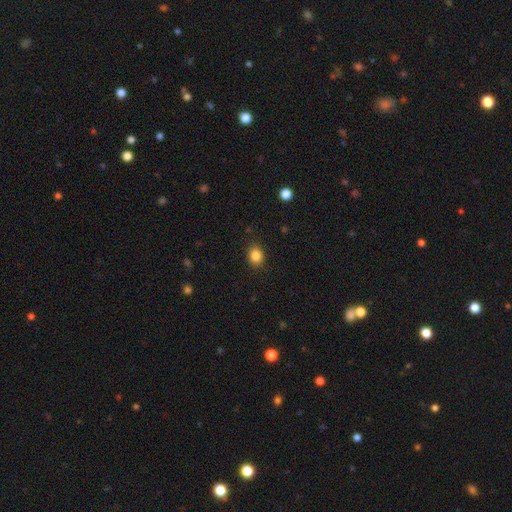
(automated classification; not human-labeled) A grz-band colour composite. It shows a smooth galaxy with no disk features (86%) that is round (51%). Merging: none (87%).